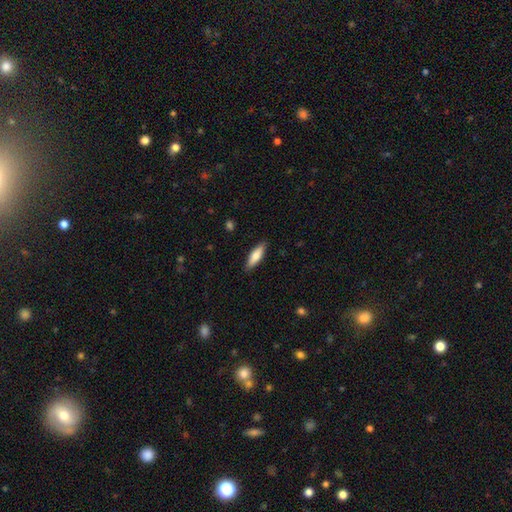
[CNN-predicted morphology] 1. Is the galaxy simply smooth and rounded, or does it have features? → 76% smooth, 18% featured or disk, 6% star or artifact.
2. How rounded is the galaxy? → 58% cigar-shaped, 40% in between, 2% round.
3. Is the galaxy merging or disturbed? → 87% none, 10% minor disturbance, 2% major disturbance, 1% merger.